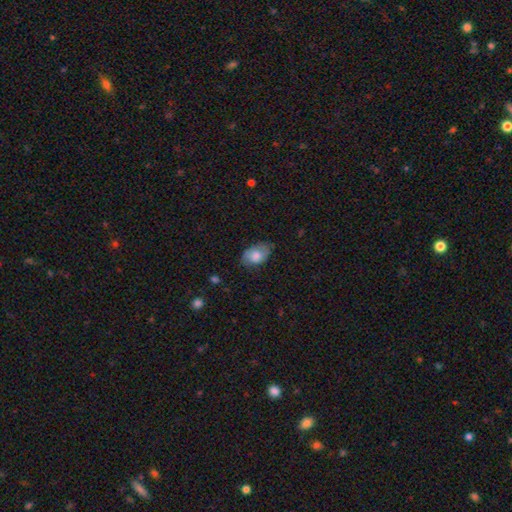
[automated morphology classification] This appears to be a smooth galaxy with no disk features (75%) that is in between round and cigar-shaped (88%). Merging: none (67%).